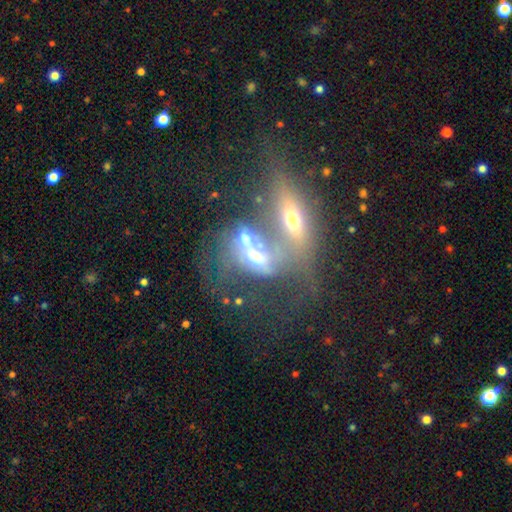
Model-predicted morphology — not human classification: Smooth or featured: featured or disk — 61% (smooth — 27%)
Edge-on disk: no — 81% (yes — 19%)
Merging: merger — 76% (major disturbance — 10%)